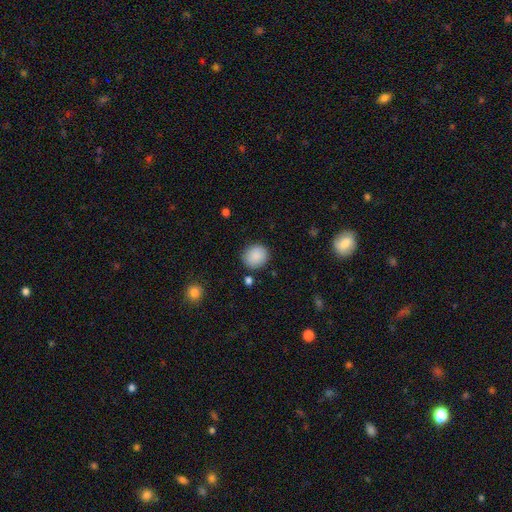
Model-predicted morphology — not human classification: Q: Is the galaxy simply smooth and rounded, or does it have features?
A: smooth — 88%.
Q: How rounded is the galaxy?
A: round — 82%.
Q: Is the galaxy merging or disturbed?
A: none — 85%.